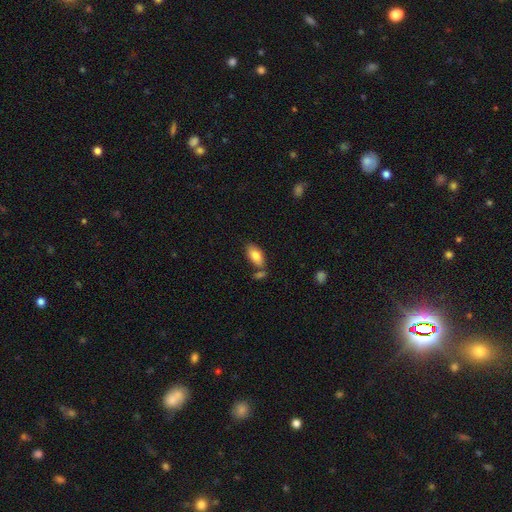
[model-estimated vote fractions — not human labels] Smooth or featured?
  - smooth: 80% *
  - featured or disk: 13%
  - star or artifact: 7%
How rounded?
  - in between: 91% *
  - cigar-shaped: 6%
  - round: 3%
Merging?
  - none: 67% *
  - merger: 15%
  - minor disturbance: 14%
  - major disturbance: 4%